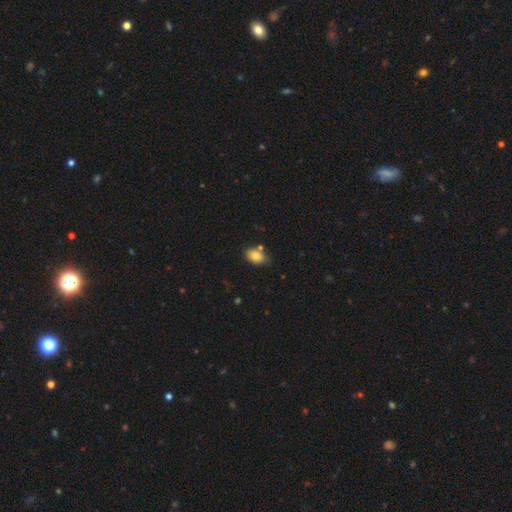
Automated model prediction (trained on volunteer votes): Smooth or featured? smooth (81%)
How rounded? in between (85%)
Merging? none (68%)